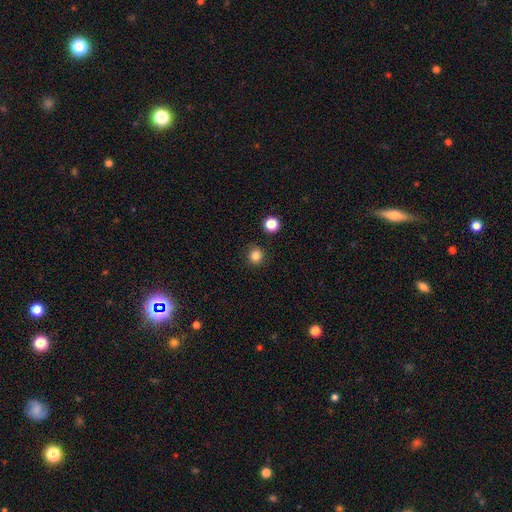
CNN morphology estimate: Q: Smooth or featured?
A: smooth (84%); runner-up: star or artifact (13%)
Q: How rounded?
A: round (92%); runner-up: in between (7%)
Q: Merging?
A: none (89%); runner-up: minor disturbance (7%)